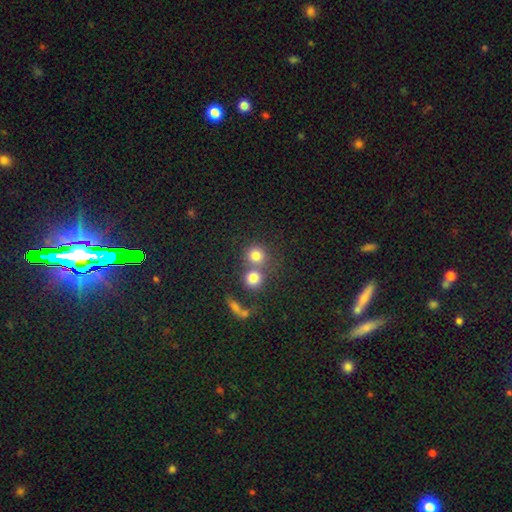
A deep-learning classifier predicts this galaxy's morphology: This appears to be a smooth galaxy with no disk features (79%) that is round (88%). Merging: none (47%).